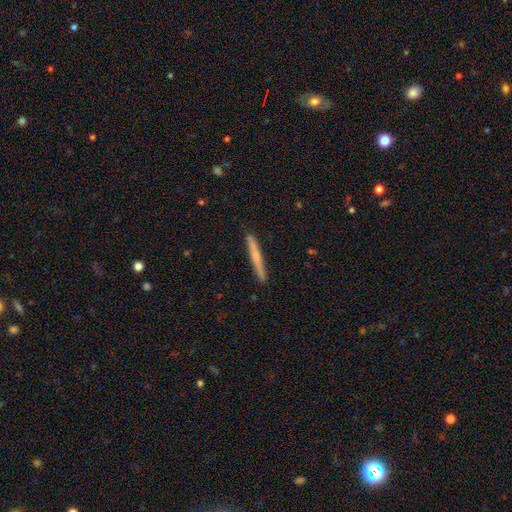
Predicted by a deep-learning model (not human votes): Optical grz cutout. It shows a smooth galaxy with no disk features (53%) that is cigar-shaped (97%). Merging: none (90%).